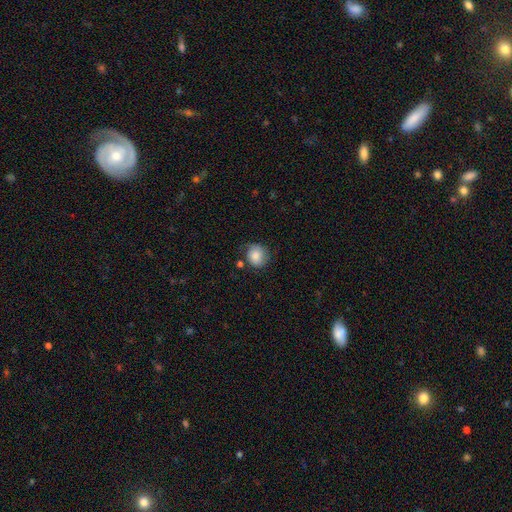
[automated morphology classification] Q: Smooth or featured?
A: smooth (75%); runner-up: featured or disk (17%)
Q: How rounded?
A: round (79%); runner-up: in between (20%)
Q: Merging?
A: none (60%); runner-up: minor disturbance (26%)